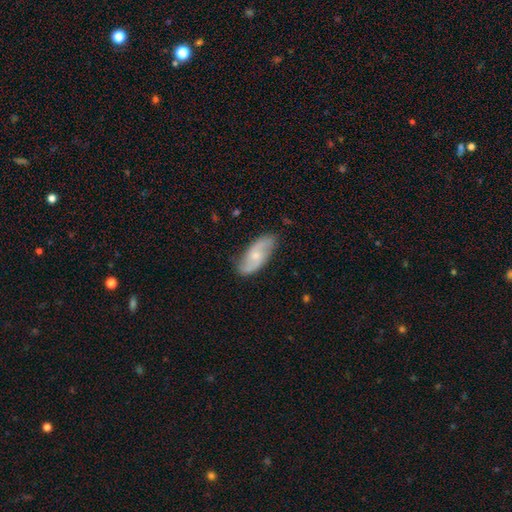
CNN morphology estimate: Smooth or featured: featured or disk — 66% (smooth — 28%)
Edge-on disk: no — 93% (yes — 7%)
Bar: no — 59% (weak — 35%)
Spiral arms: yes — 92% (no — 8%)
Spiral winding: loose — 48% (medium — 37%)
Spiral arm count: 2 — 88% (can't tell — 7%)
Bulge size: small — 62% (moderate — 31%)
Merging: none — 79% (minor disturbance — 16%)